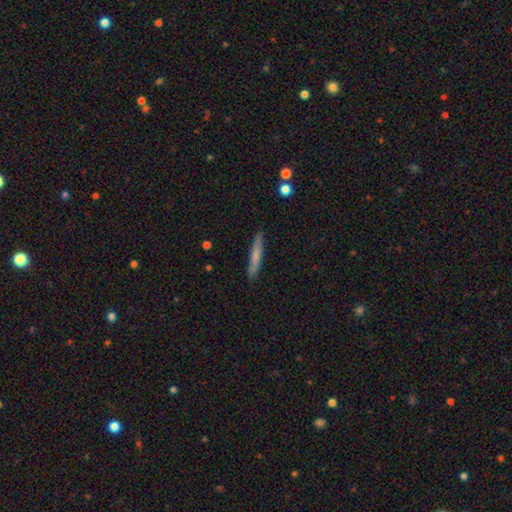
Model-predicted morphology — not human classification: A smooth galaxy with no disk features (64%) that is cigar-shaped (95%). Merging: none (87%).